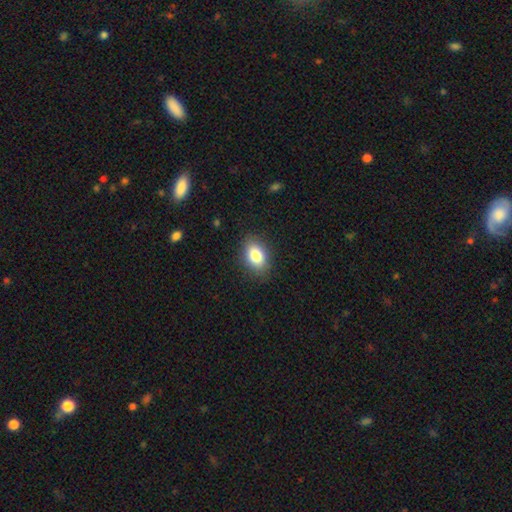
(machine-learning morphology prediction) Smooth or featured: smooth — 83% (featured or disk — 9%)
How rounded: in between — 81% (round — 17%)
Merging: none — 86% (minor disturbance — 10%)